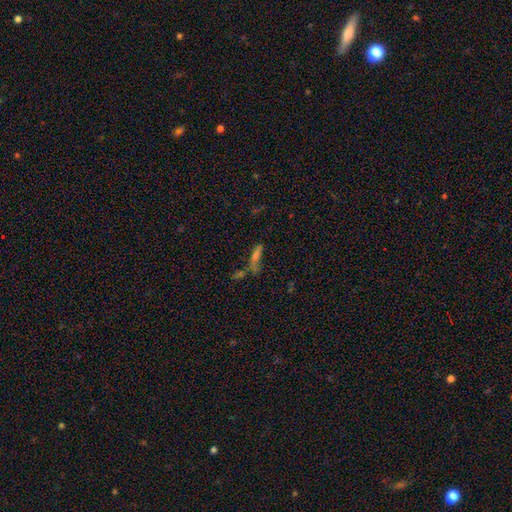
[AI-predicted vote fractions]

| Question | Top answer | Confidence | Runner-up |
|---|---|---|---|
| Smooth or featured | smooth | 45% | featured or disk (28%) |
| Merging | none | 45% | merger (26%) |